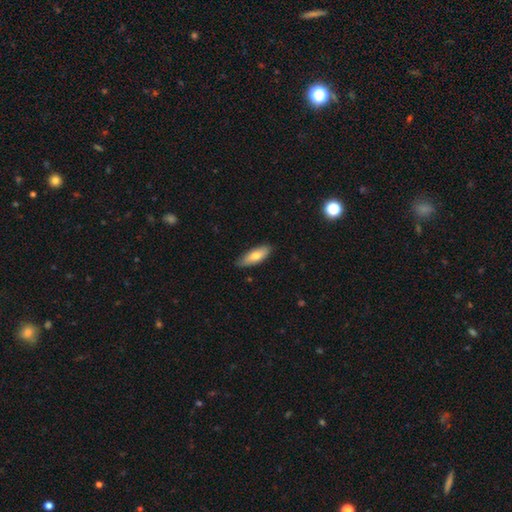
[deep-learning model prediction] smooth_or_featured: smooth (p=0.73) [alt: featured or disk p=0.21]
how_rounded: in between (p=0.69) [alt: cigar-shaped p=0.28]
merging: none (p=0.84) [alt: minor disturbance p=0.13]